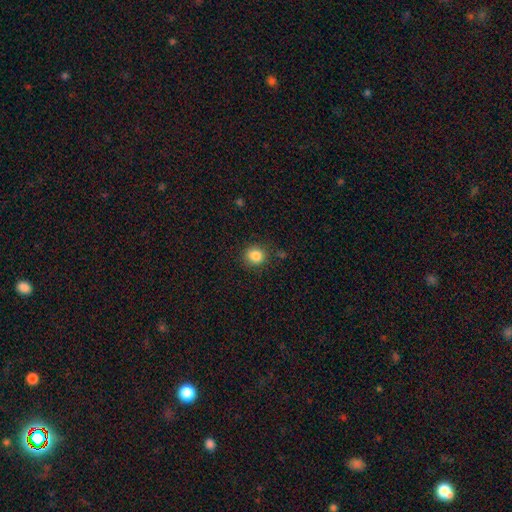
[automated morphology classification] The model was most divided on "how rounded": round: 84%, in between: 15%, cigar-shaped: 1%. More confident: smooth or featured — smooth (85%); merging — none (84%).